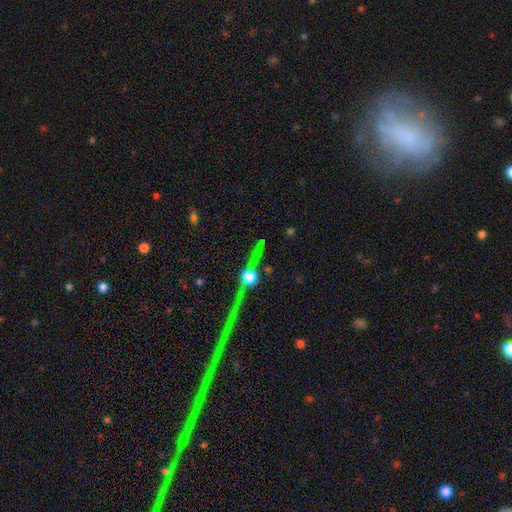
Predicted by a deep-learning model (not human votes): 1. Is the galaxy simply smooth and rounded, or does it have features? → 46% featured or disk, 38% star or artifact, 16% smooth.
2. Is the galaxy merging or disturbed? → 81% none, 9% minor disturbance, 6% major disturbance, 4% merger.